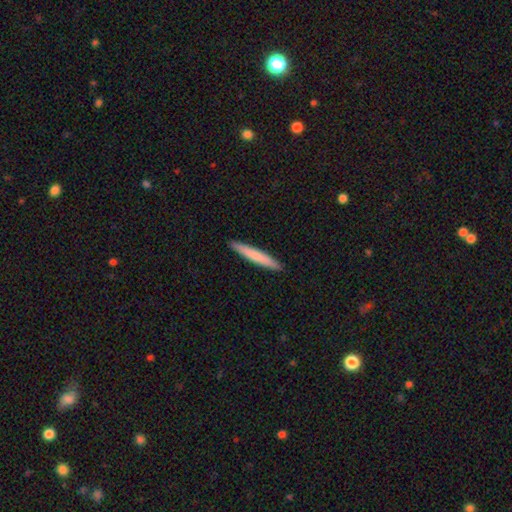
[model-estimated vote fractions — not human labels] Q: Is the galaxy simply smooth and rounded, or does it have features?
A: smooth — 73%.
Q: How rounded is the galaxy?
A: cigar-shaped — 96%.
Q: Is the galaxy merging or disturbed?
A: none — 92%.